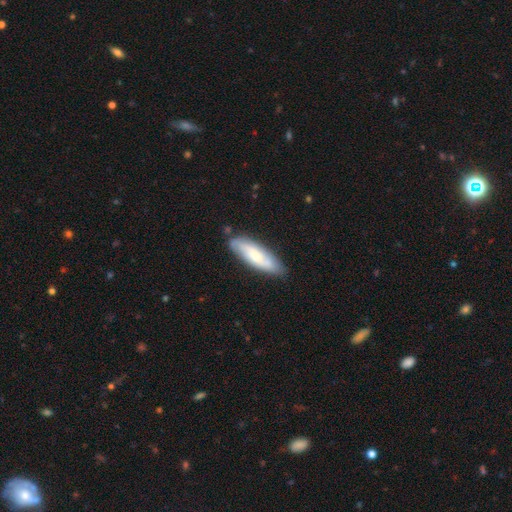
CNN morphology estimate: A smooth galaxy with no disk features (56%) that is cigar-shaped (50%).

Vote fractions:
- Smooth or featured? smooth: 56% / featured or disk: 38% / star or artifact: 6%
- How rounded? cigar-shaped: 50% / in between: 48% / round: 2%
- Merging? none: 79% / minor disturbance: 16% / major disturbance: 3% / merger: 3%